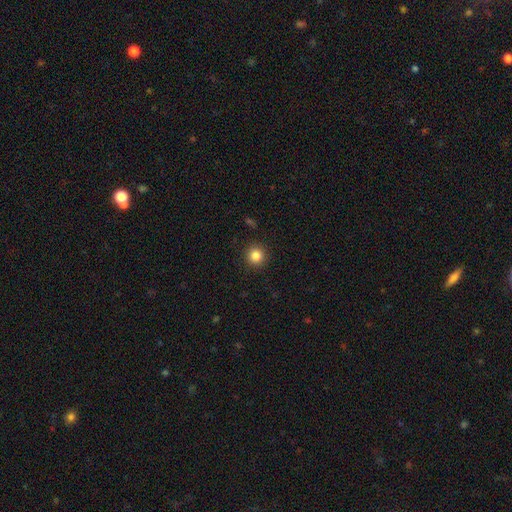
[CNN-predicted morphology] Smooth or featured?
  - smooth: 85% *
  - star or artifact: 11%
  - featured or disk: 4%
How rounded?
  - round: 94% *
  - in between: 5%
  - cigar-shaped: 1%
Merging?
  - none: 92% *
  - minor disturbance: 5%
  - major disturbance: 2%
  - merger: 1%